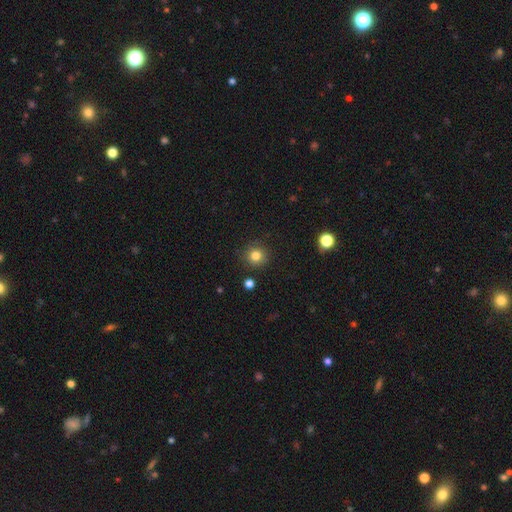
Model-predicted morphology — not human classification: A smooth galaxy with no disk features (81%) that is round (93%).

Vote fractions:
- Smooth or featured? smooth: 81% / star or artifact: 12% / featured or disk: 6%
- How rounded? round: 93% / in between: 6% / cigar-shaped: 1%
- Merging? none: 89% / minor disturbance: 7% / major disturbance: 2% / merger: 2%